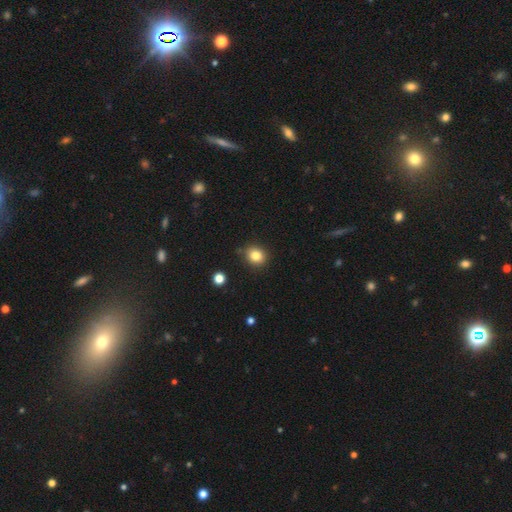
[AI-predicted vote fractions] Smooth or featured?
  - smooth: 83% *
  - star or artifact: 11%
  - featured or disk: 6%
How rounded?
  - round: 76% *
  - in between: 23%
  - cigar-shaped: 1%
Merging?
  - none: 84% *
  - minor disturbance: 11%
  - major disturbance: 2%
  - merger: 2%